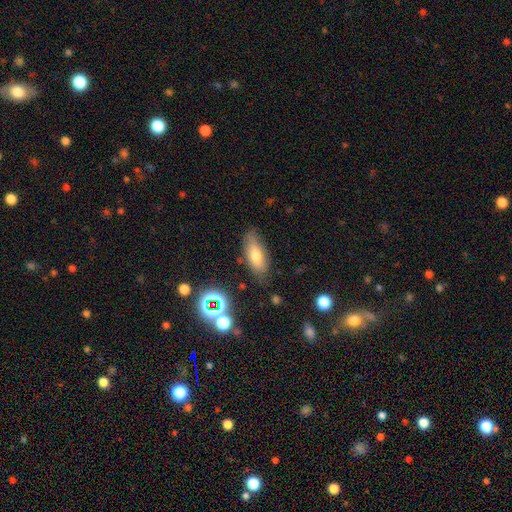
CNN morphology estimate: This appears to be a smooth galaxy with no disk features (67%) that is in between round and cigar-shaped (70%). Merging: none (76%).